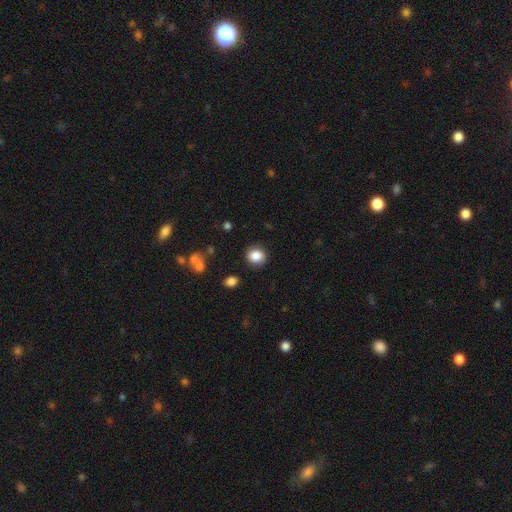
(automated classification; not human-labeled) Smooth or featured: smooth — 85% (star or artifact — 9%)
How rounded: round — 75% (in between — 24%)
Merging: none — 85% (minor disturbance — 10%)